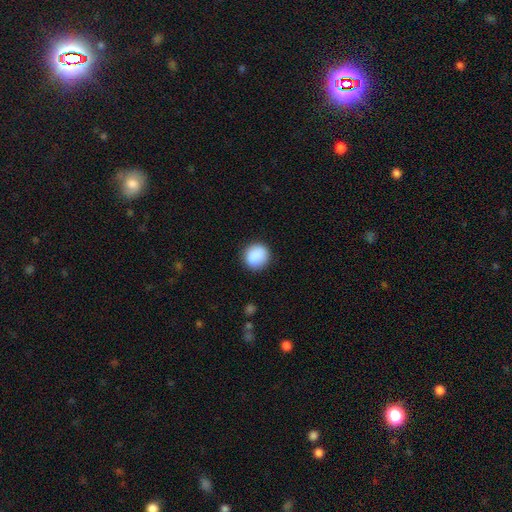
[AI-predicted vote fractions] smooth-or-featured: smooth: 88% | star or artifact: 8% | featured or disk: 4%
  how-rounded: round: 85% | in between: 14% | cigar-shaped: 1%
  merging: none: 85% | minor disturbance: 10% | major disturbance: 3% | merger: 2%